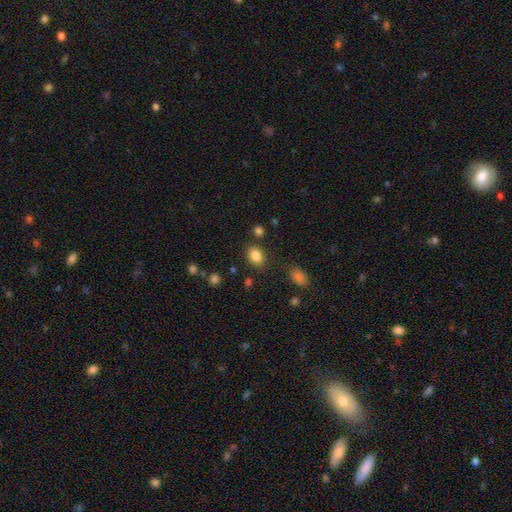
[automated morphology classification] This is clearly a smooth galaxy (84%). How rounded: likely in between (72%). Merging: likely none (80%).